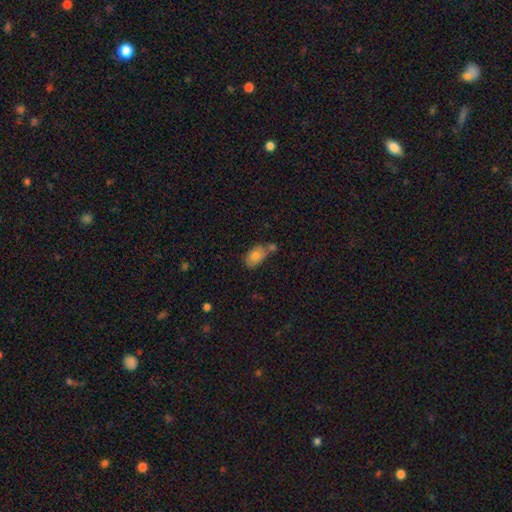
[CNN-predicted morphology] A smooth galaxy with no disk features (77%) that is in between round and cigar-shaped (88%).

Vote fractions:
- Smooth or featured? smooth: 77% / featured or disk: 15% / star or artifact: 8%
- How rounded? in between: 88% / round: 11% / cigar-shaped: 2%
- Merging? none: 46% / merger: 30% / minor disturbance: 19% / major disturbance: 6%